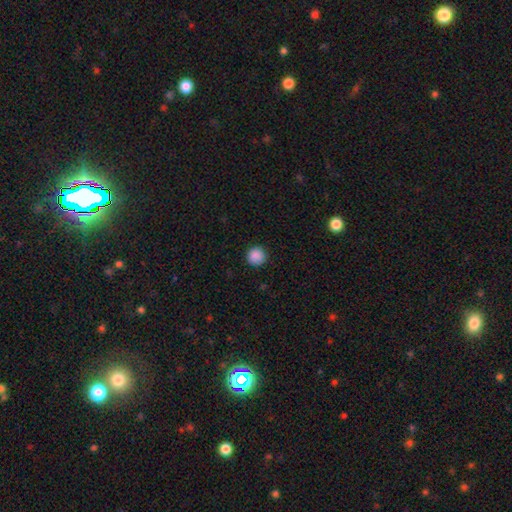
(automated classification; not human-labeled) This appears to be a smooth galaxy with no disk features (89%) that is round (95%). Merging: none (91%).